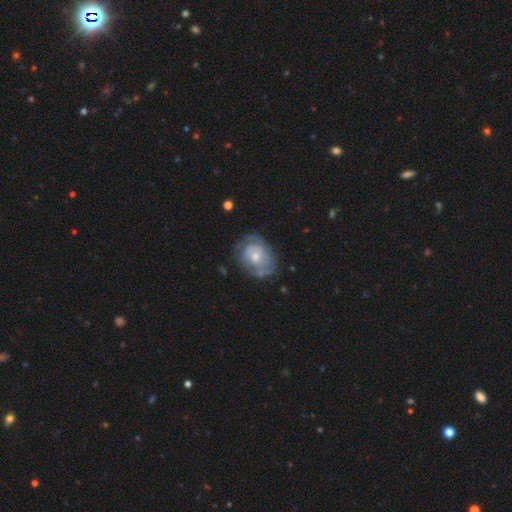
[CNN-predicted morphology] A featured or disk galaxy (72%) with no bar (70%), tight (62%) spiral arms (78%) and a moderate central bulge (54%).

Vote fractions:
- Smooth or featured? featured or disk: 72% / smooth: 22% / star or artifact: 6%
- Edge-on disk? no: 97% / yes: 3%
- Bar? no: 70% / weak: 26% / strong: 4%
- Spiral arms? yes: 78% / no: 22%
- Spiral winding? tight: 62% / medium: 28% / loose: 10%
- Spiral arm count? can't tell: 44% / 2: 34% / 3: 9% / 1: 6% / 4: 3% / more than 4: 3%
- Bulge size? moderate: 54% / small: 38% / large: 4% / none: 2% / dominant: 1%
- Merging? none: 64% / minor disturbance: 23% / major disturbance: 11% / merger: 2%